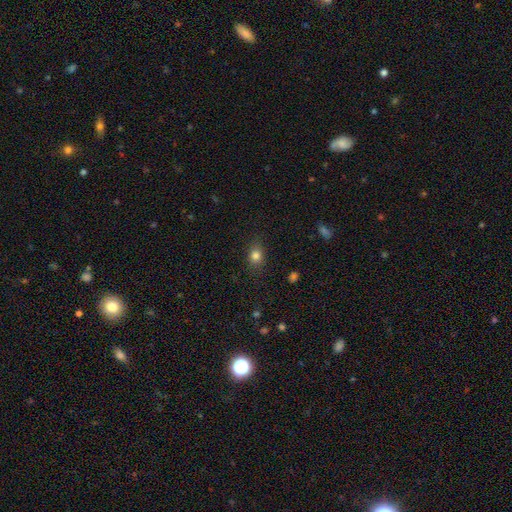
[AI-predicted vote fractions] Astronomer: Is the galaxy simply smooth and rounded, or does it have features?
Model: smooth — 81%.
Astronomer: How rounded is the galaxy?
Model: in between — 55% (runner-up: round, 44%).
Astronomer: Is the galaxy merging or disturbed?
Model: none — 83%.